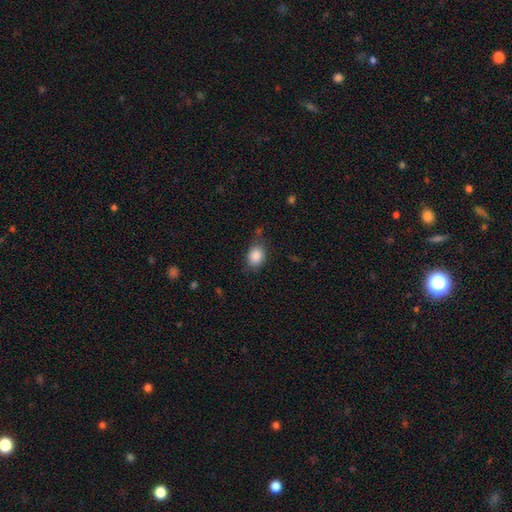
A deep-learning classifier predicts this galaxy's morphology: type=smooth (87%); roundness=in between (68%); merging=none (71%).